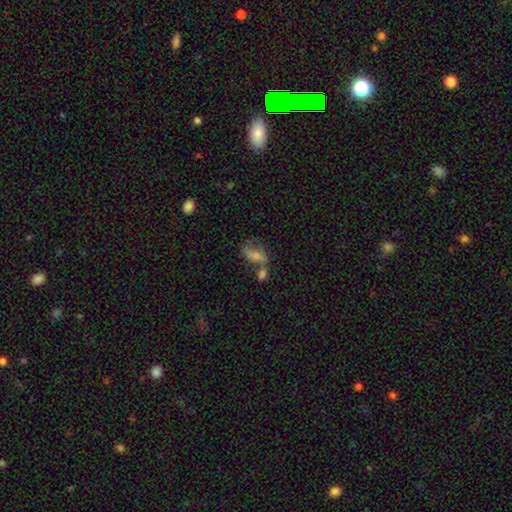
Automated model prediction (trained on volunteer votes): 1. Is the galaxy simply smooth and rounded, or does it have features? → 46% smooth, 40% featured or disk, 14% star or artifact.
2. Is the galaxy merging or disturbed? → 37% none, 35% merger, 16% minor disturbance, 12% major disturbance.